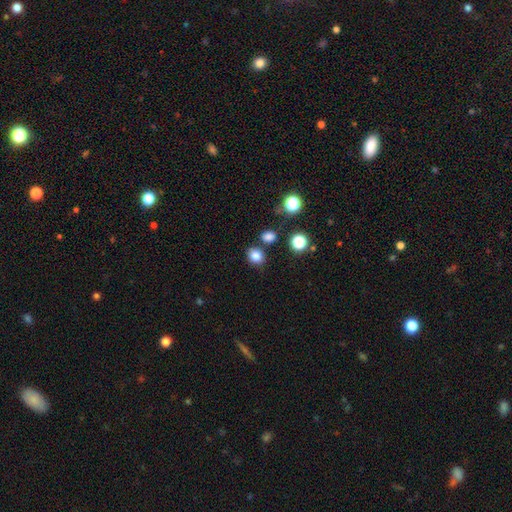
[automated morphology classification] This is clearly a smooth galaxy (83%). How rounded: likely round (62%). Merging: likely none (78%).